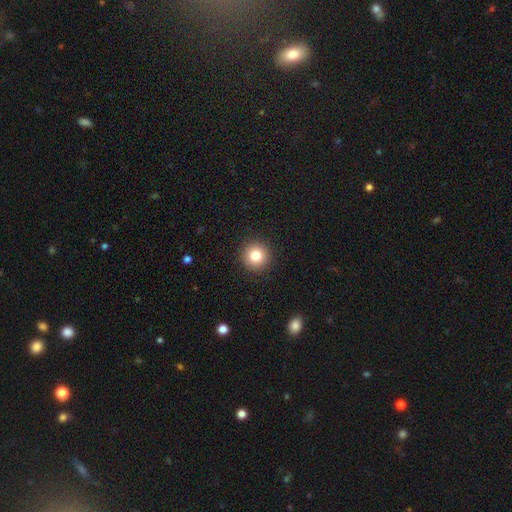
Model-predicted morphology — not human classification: A smooth galaxy with no disk features (81%) that is round (95%).

Vote fractions:
- Smooth or featured? smooth: 81% / star or artifact: 11% / featured or disk: 8%
- How rounded? round: 95% / in between: 4% / cigar-shaped: 1%
- Merging? none: 92% / minor disturbance: 5% / major disturbance: 2% / merger: 1%